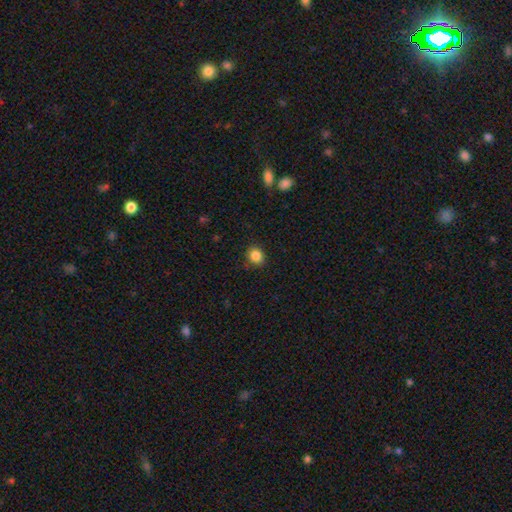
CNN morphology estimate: Smooth or featured: smooth — 85% (star or artifact — 10%)
How rounded: round — 71% (in between — 29%)
Merging: none — 86% (minor disturbance — 10%)